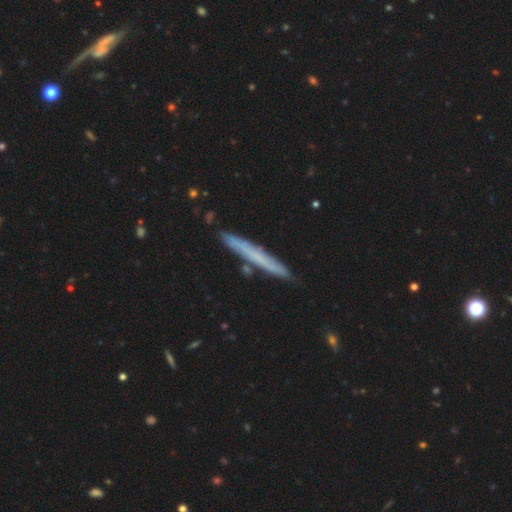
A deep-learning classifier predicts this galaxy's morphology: Q: Smooth or featured?
A: smooth (53%); runner-up: featured or disk (41%)
Q: How rounded?
A: cigar-shaped (97%); runner-up: in between (2%)
Q: Merging?
A: none (86%); runner-up: minor disturbance (9%)